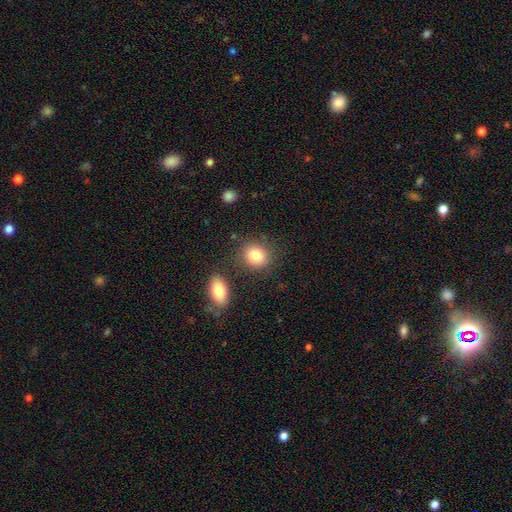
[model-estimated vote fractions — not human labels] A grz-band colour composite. It shows a smooth galaxy with no disk features (83%) that is round (68%). Merging: none (77%).